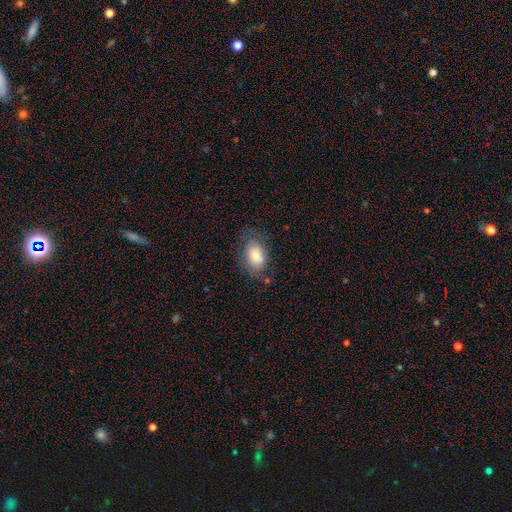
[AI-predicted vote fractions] Overall: smooth (75%). How rounded: in between (88%). Merging: none (62%; minor disturbance 24%).